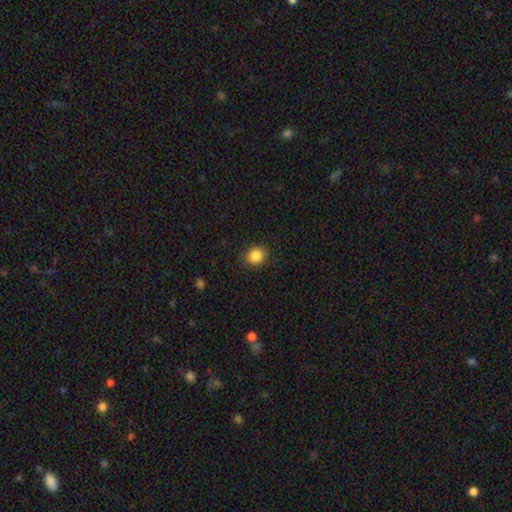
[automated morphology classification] The model was most divided on "how rounded": round: 73%, in between: 26%, cigar-shaped: 1%. More confident: merging — none (89%); smooth or featured — smooth (86%).